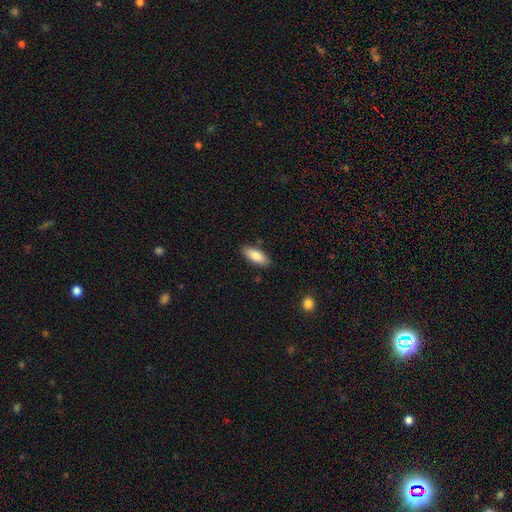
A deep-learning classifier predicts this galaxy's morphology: Smooth or featured? Predicted: smooth (p=0.85). How rounded? Predicted: in between (p=0.78). Merging? Predicted: none (p=0.86).